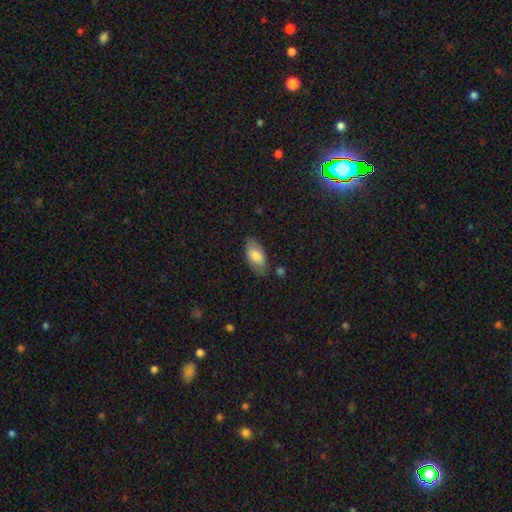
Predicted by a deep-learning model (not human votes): Smooth or featured?
  - smooth: 73% *
  - featured or disk: 21%
  - star or artifact: 6%
How rounded?
  - in between: 92% *
  - cigar-shaped: 5%
  - round: 3%
Merging?
  - none: 73% *
  - minor disturbance: 19%
  - major disturbance: 5%
  - merger: 3%